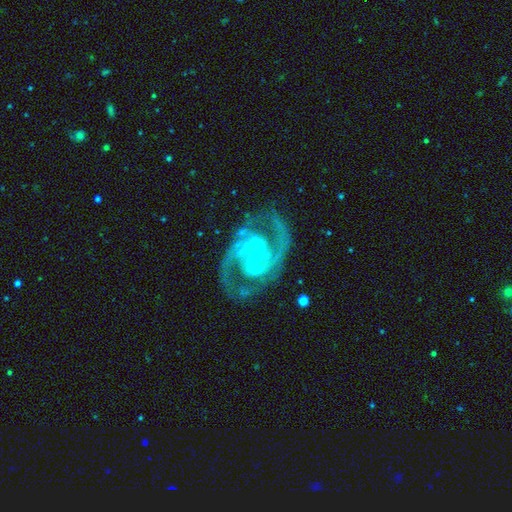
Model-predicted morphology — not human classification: Smooth or featured?
  - featured or disk: 93% *
  - star or artifact: 4%
  - smooth: 3%
Edge-on disk?
  - no: 98% *
  - yes: 2%
Bar?
  - weak: 42% *
  - no: 39%
  - strong: 19%
Spiral arms?
  - yes: 98% *
  - no: 2%
Spiral winding?
  - medium: 56% *
  - tight: 36%
  - loose: 8%
Spiral arm count?
  - 2: 85% *
  - 3: 7%
  - can't tell: 3%
  - 4: 2%
  - 1: 2%
  - more than 4: 2%
Bulge size?
  - small: 59% *
  - moderate: 36%
  - none: 2%
  - large: 2%
  - dominant: 1%
Merging?
  - none: 74% *
  - minor disturbance: 16%
  - major disturbance: 8%
  - merger: 2%